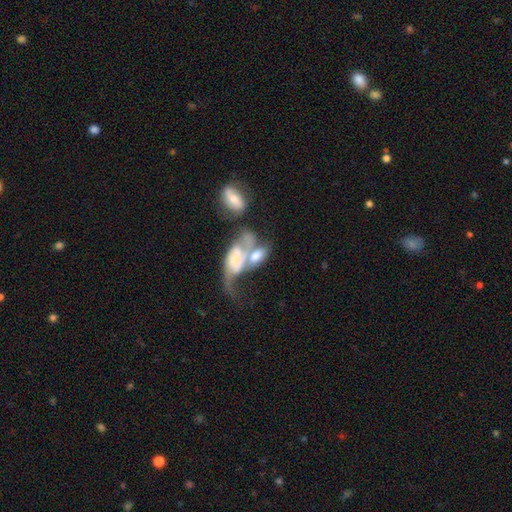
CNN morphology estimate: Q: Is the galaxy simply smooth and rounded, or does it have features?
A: featured or disk — 51%.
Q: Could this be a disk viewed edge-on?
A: no — 90%.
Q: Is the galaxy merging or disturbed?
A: merger — 63%.